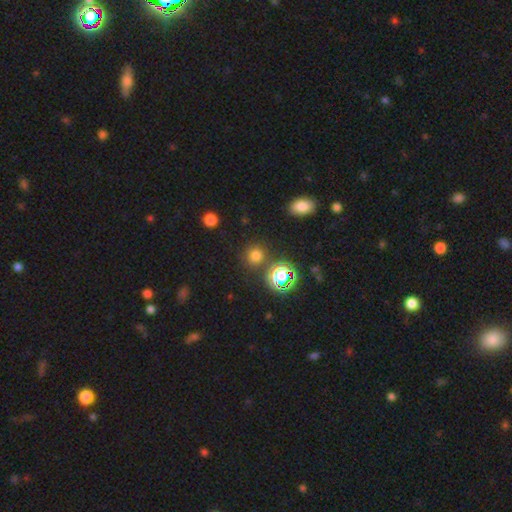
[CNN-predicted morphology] Smooth or featured: smooth — 68% (star or artifact — 27%)
How rounded: round — 90% (in between — 9%)
Merging: none — 83% (minor disturbance — 8%)